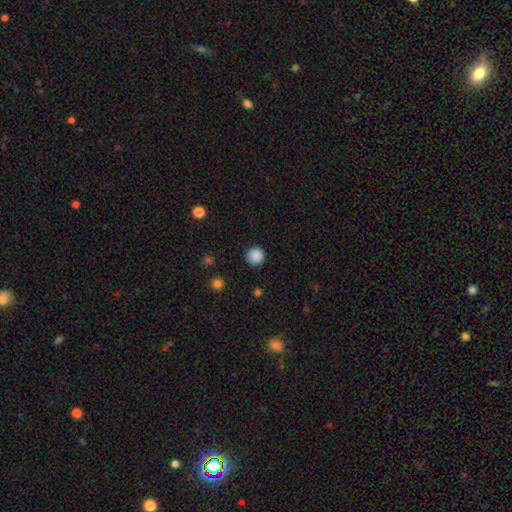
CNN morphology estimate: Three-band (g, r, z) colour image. It shows a smooth galaxy with no disk features (88%) that is round (94%). Merging: none (91%).